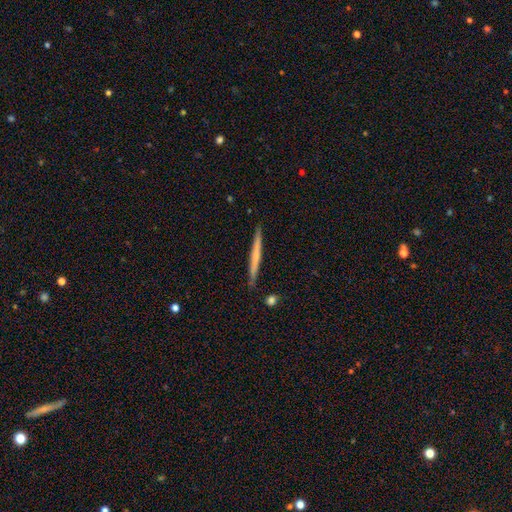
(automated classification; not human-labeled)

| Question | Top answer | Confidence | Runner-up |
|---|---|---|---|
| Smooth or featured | featured or disk | 51% | smooth (44%) |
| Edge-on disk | yes | 97% | no (3%) |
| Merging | none | 90% | minor disturbance (7%) |